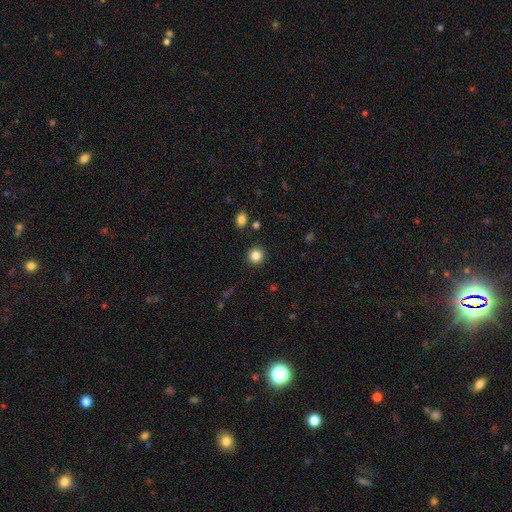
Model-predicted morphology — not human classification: The model was most divided on "smooth or featured": smooth: 84%, star or artifact: 11%, featured or disk: 5%. More confident: how rounded — round (93%); merging — none (90%).